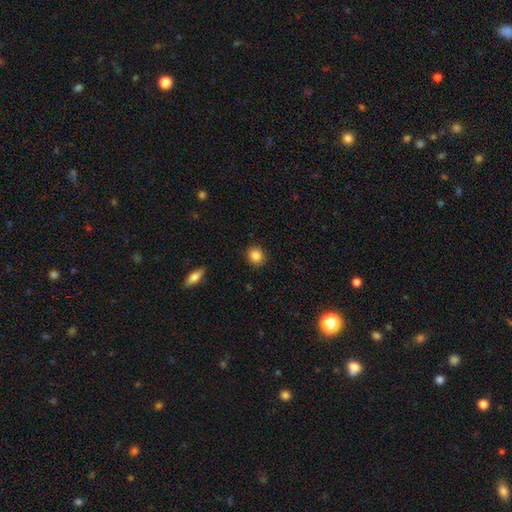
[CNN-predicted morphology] Smooth or featured?
  - smooth: 84% *
  - star or artifact: 10%
  - featured or disk: 6%
How rounded?
  - round: 83% *
  - in between: 16%
  - cigar-shaped: 1%
Merging?
  - none: 91% *
  - minor disturbance: 6%
  - major disturbance: 2%
  - merger: 1%